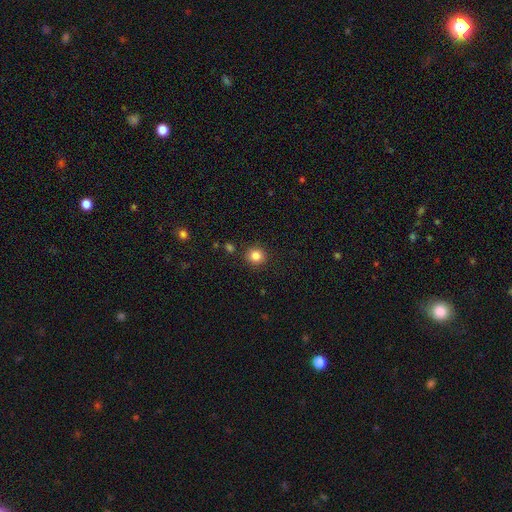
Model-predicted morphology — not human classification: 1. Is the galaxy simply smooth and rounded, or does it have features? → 84% smooth, 11% star or artifact, 5% featured or disk.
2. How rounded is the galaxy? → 90% round, 9% in between, 1% cigar-shaped.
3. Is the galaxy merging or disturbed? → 89% none, 6% minor disturbance, 2% merger, 2% major disturbance.